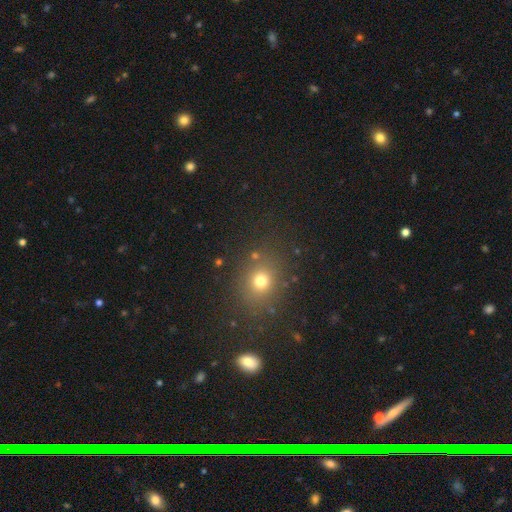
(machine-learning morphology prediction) Smooth or featured? smooth (67%)
How rounded? round (71%)
Merging? none (83%)